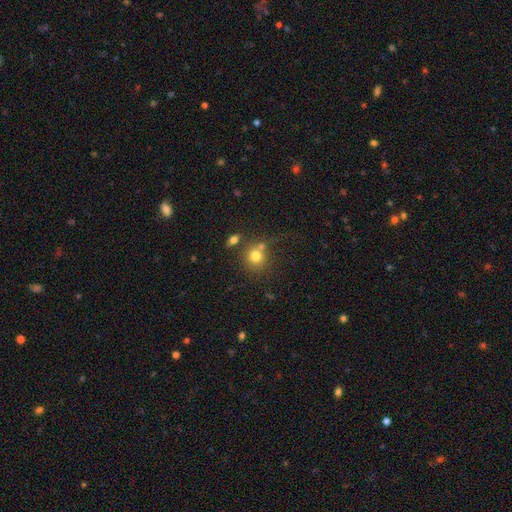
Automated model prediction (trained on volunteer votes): The model was most divided on "merging": none: 56%, merger: 25%, minor disturbance: 12%, major disturbance: 6%. More confident: how rounded — round (86%); smooth or featured — smooth (76%).